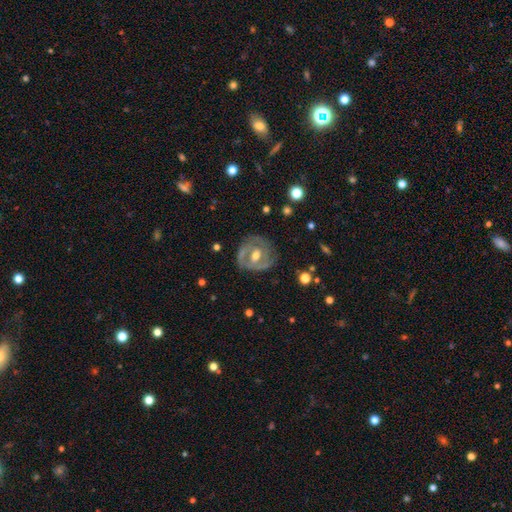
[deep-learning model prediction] The model was most divided on "bar": weak: 47%, no: 34%, strong: 18%. More confident: edge-on disk — no (97%); smooth or featured — featured or disk (79%); spiral arms — yes (79%); bulge size — moderate (73%); merging — none (72%); spiral arm count — 2 (55%); spiral winding — tight (55%).